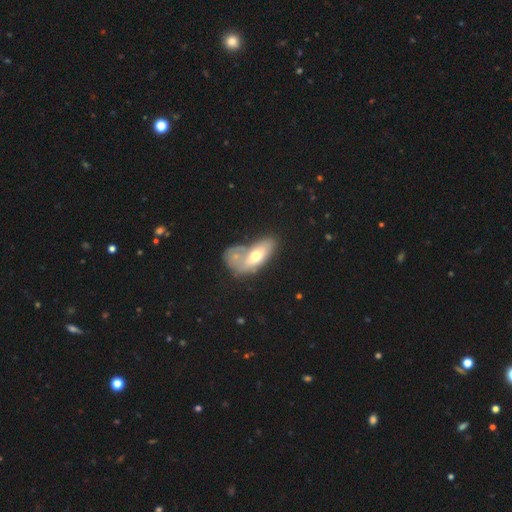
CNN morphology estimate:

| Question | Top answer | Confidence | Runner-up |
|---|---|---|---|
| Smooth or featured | smooth | 57% | featured or disk (36%) |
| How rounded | in between | 80% | cigar-shaped (13%) |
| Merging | merger | 42% | none (26%) |